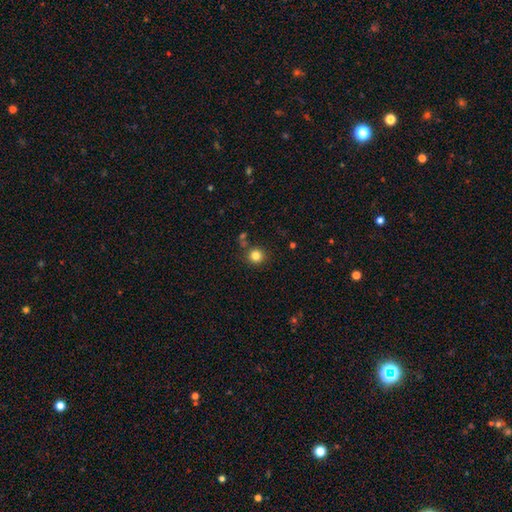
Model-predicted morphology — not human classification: Smooth or featured?
  - smooth: 82% *
  - star or artifact: 12%
  - featured or disk: 5%
How rounded?
  - round: 93% *
  - in between: 6%
  - cigar-shaped: 1%
Merging?
  - none: 82% *
  - minor disturbance: 9%
  - merger: 6%
  - major disturbance: 3%